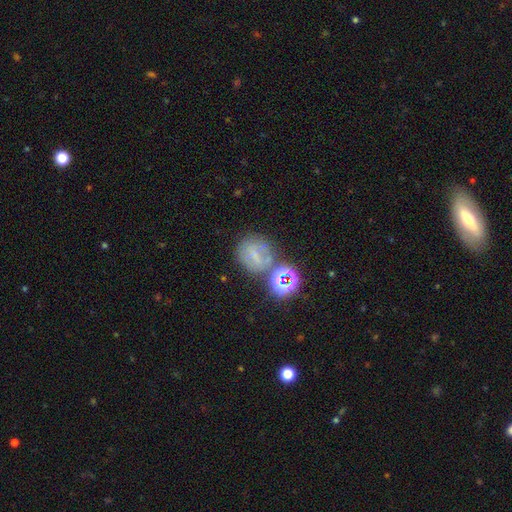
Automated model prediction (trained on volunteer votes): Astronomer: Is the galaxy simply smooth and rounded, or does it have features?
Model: smooth — 37% (runner-up: featured or disk, 33%).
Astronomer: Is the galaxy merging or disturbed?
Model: none — 58%.